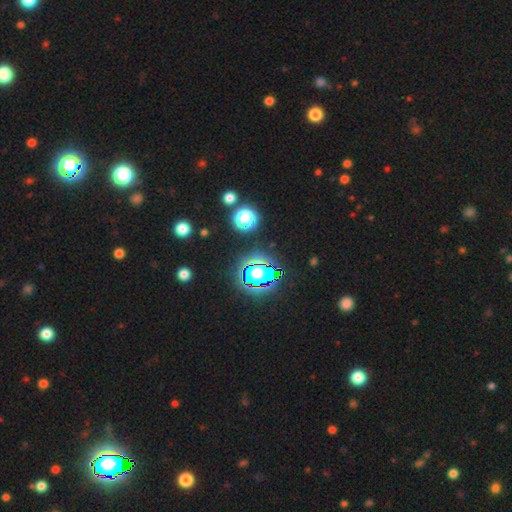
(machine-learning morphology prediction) Smooth or featured? Predicted: star or artifact (p=0.81).